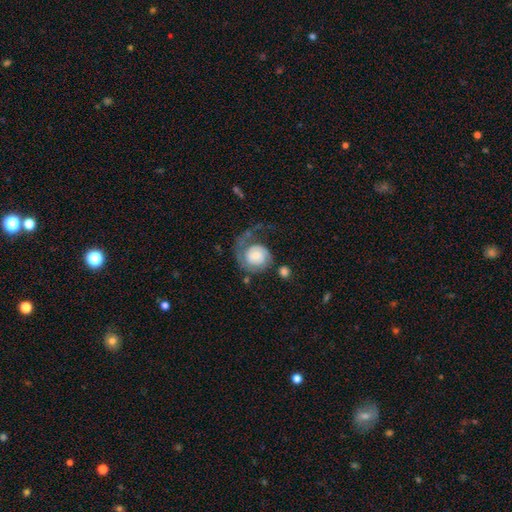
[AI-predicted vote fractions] Smooth or featured? Predicted: featured or disk (p=0.72). Edge-on disk? Predicted: no (p=0.98). Bar? Predicted: no (p=0.74). Spiral arms? Predicted: yes (p=0.93). Spiral winding? Predicted: tight (p=0.41). Spiral arm count? Predicted: 1 (p=0.55). Bulge size? Predicted: small (p=0.37). Merging? Predicted: major disturbance (p=0.42).